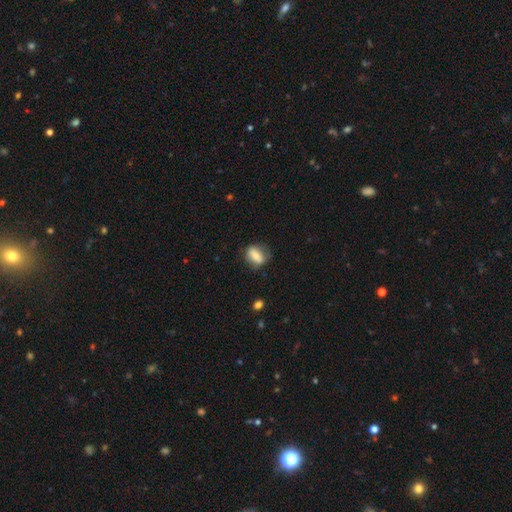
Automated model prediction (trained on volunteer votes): Smooth or featured? smooth (71%)
How rounded? in between (69%)
Merging? none (69%)